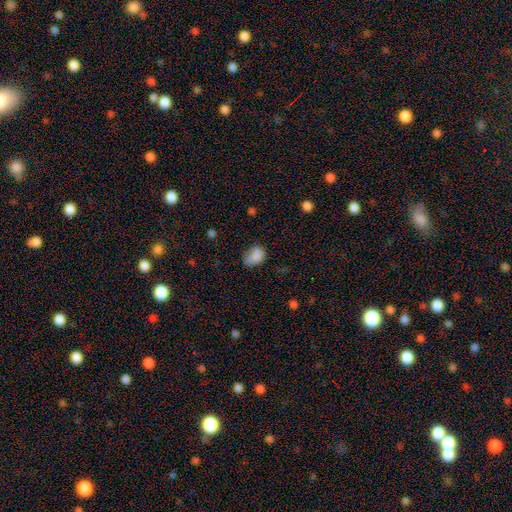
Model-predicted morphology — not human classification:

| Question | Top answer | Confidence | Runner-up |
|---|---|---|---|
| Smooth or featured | smooth | 84% | star or artifact (9%) |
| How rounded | in between | 63% | round (36%) |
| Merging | none | 53% | minor disturbance (34%) |